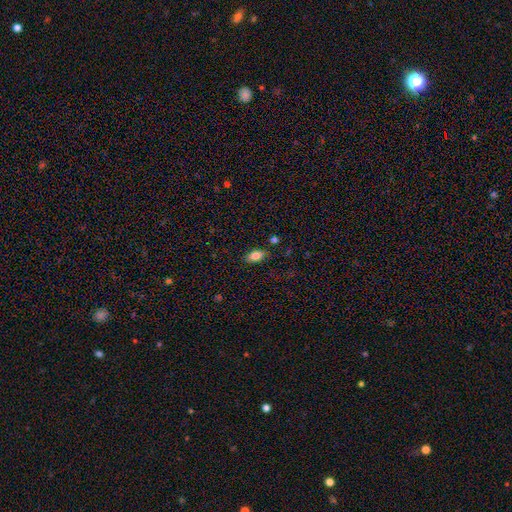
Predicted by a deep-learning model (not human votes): Q: Smooth or featured?
A: smooth (82%); runner-up: featured or disk (10%)
Q: How rounded?
A: in between (90%); runner-up: cigar-shaped (6%)
Q: Merging?
A: none (82%); runner-up: minor disturbance (13%)